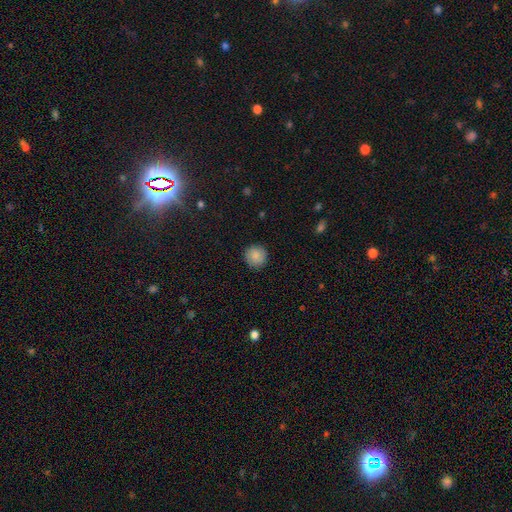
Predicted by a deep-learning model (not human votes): The model was most divided on "smooth or featured": smooth: 87%, star or artifact: 8%, featured or disk: 5%. More confident: how rounded — round (94%); merging — none (90%).